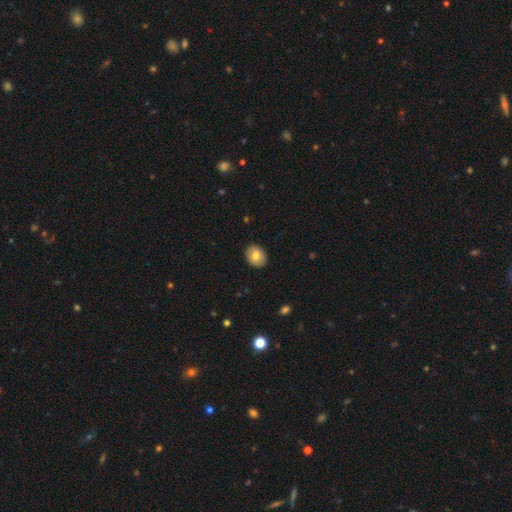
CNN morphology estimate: Smooth or featured? smooth (76%)
How rounded? in between (56%)
Merging? none (90%)